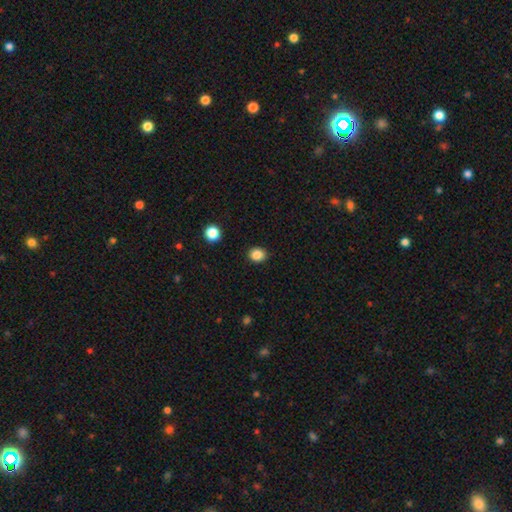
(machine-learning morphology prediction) Smooth or featured? smooth (86%)
How rounded? round (72%)
Merging? none (90%)